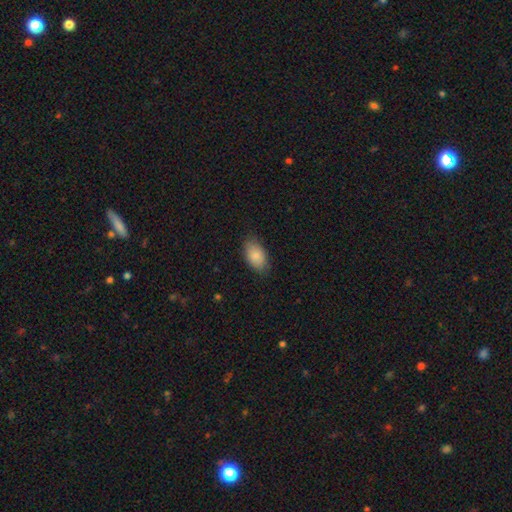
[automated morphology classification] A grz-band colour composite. It shows a smooth galaxy with no disk features (83%) that is in between round and cigar-shaped (91%). Merging: none (80%).